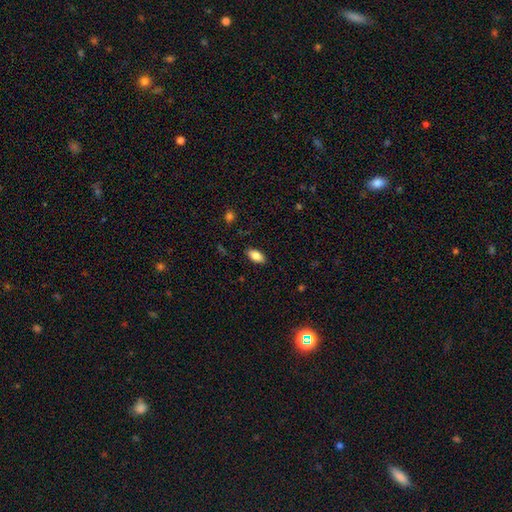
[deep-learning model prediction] This appears to be a smooth galaxy with no disk features (84%) that is in between round and cigar-shaped (91%). Merging: none (87%).